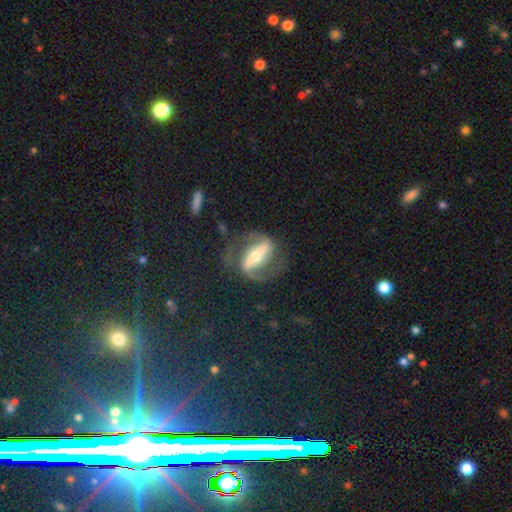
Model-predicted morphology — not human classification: type=featured or disk (84%); edge-on=no (92%); bar=strong (74%); spiral arms=yes (92%); winding=medium (50%); arm count=2 (92%); bulge=moderate (55%); merging=none (73%).